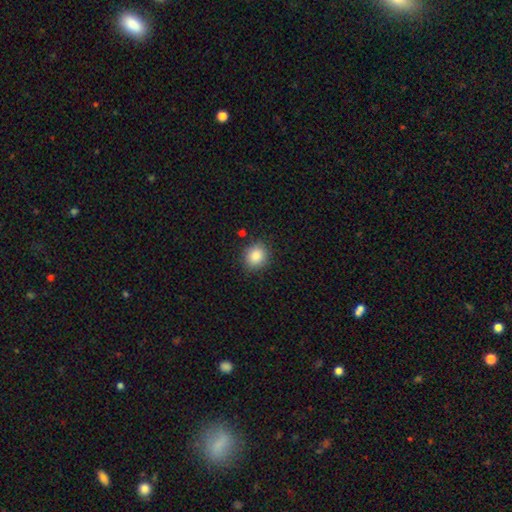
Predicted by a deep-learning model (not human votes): This is clearly a smooth galaxy (87%). How rounded: likely round (76%). Merging: clearly none (85%).